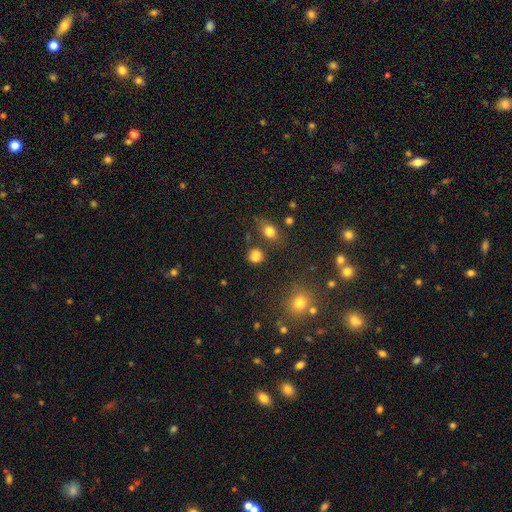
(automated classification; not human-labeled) smooth-or-featured: smooth: 79% | star or artifact: 14% | featured or disk: 6%
  how-rounded: round: 75% | in between: 24% | cigar-shaped: 1%
  merging: none: 70% | minor disturbance: 13% | merger: 13% | major disturbance: 5%